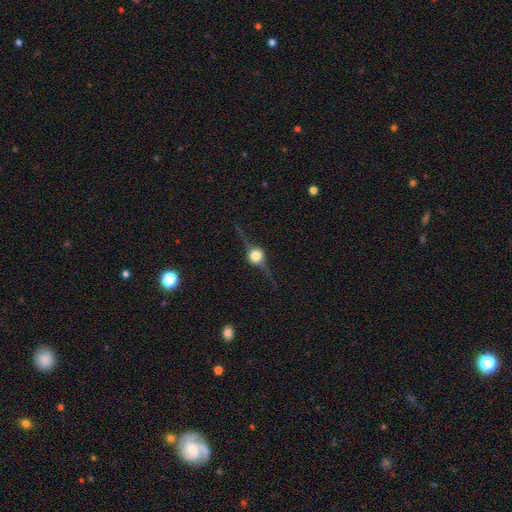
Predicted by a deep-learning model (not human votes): The model was most divided on "smooth or featured": featured or disk: 82%, smooth: 10%, star or artifact: 8%. More confident: edge-on bulge — rounded (96%); edge-on disk — yes (93%); merging — none (84%).